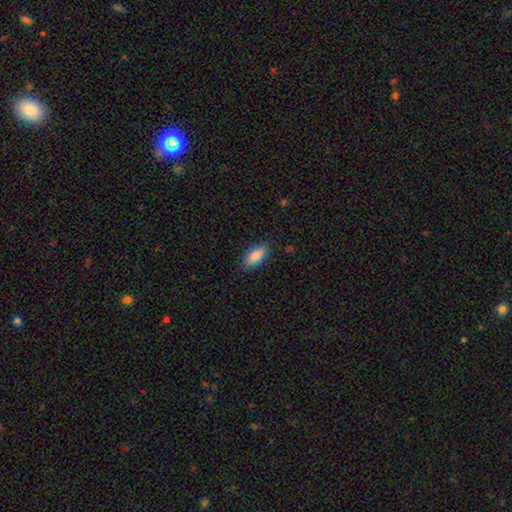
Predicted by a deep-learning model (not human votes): This appears to be a smooth galaxy with no disk features (86%) that is in between round and cigar-shaped (84%). Merging: none (86%).